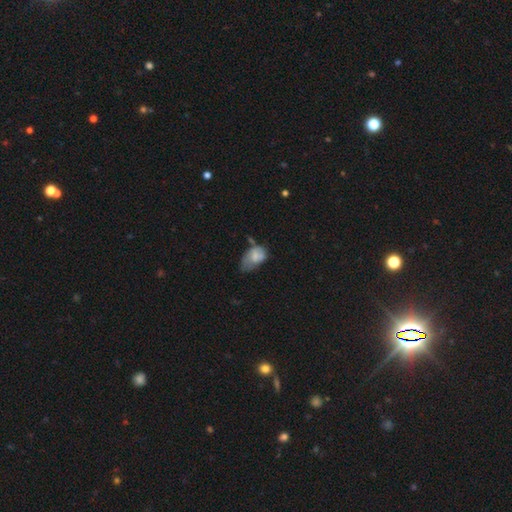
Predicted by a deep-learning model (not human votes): Smooth or featured?
  - smooth: 69% *
  - featured or disk: 23%
  - star or artifact: 8%
How rounded?
  - in between: 87% *
  - round: 11%
  - cigar-shaped: 2%
Merging?
  - minor disturbance: 42% *
  - none: 26%
  - major disturbance: 24%
  - merger: 8%